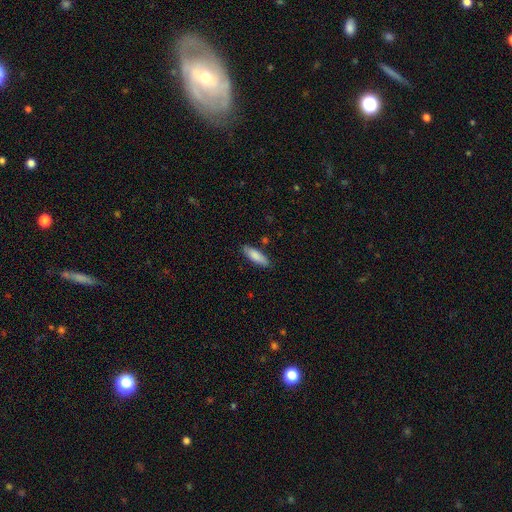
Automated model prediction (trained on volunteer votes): Smooth or featured? Predicted: smooth (p=0.85). How rounded? Predicted: cigar-shaped (p=0.50). Merging? Predicted: none (p=0.85).